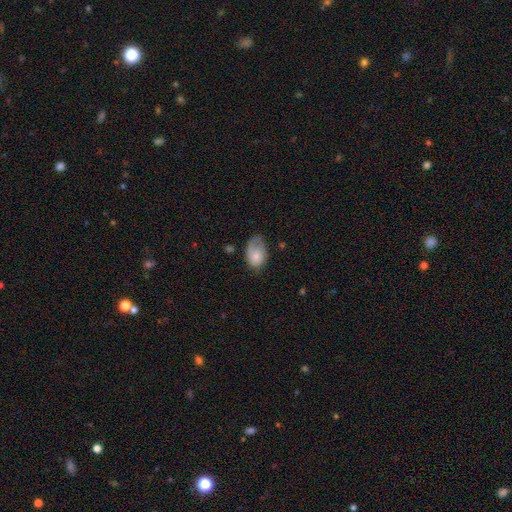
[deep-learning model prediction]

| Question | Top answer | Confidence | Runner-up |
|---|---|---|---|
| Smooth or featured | smooth | 66% | featured or disk (27%) |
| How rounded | in between | 84% | round (15%) |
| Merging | none | 44% | minor disturbance (35%) |